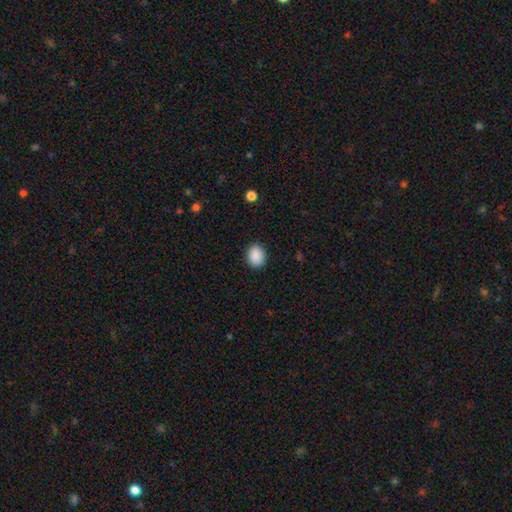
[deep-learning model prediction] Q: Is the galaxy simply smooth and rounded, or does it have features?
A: smooth — 89%.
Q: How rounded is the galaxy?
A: in between — 50%.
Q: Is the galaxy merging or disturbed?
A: none — 89%.